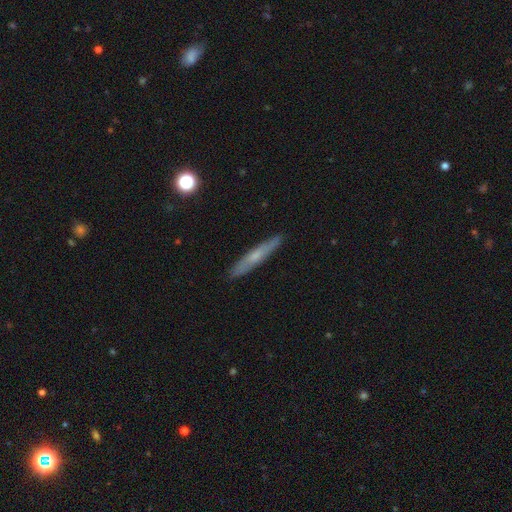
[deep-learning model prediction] This is possibly a smooth galaxy (47%). Merging: clearly none (89%).